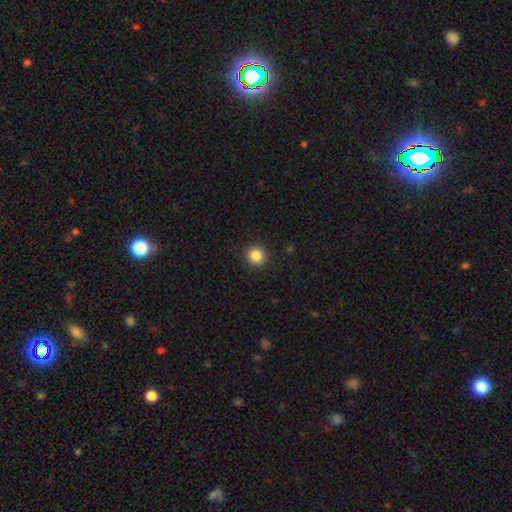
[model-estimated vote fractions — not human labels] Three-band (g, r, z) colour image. It shows a smooth galaxy with no disk features (86%) that is round (94%). Merging: none (92%).